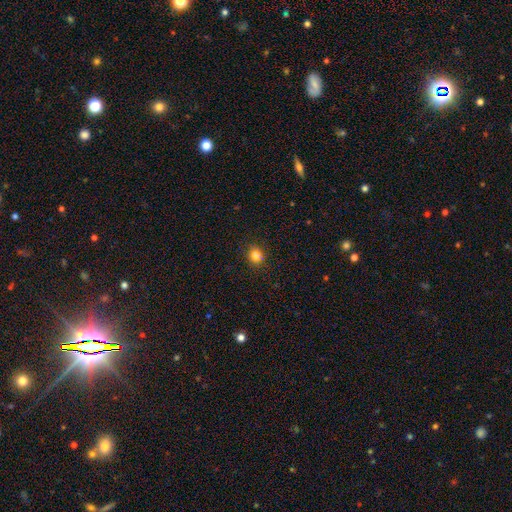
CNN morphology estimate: Smooth or featured? smooth (82%)
How rounded? round (70%)
Merging? none (87%)